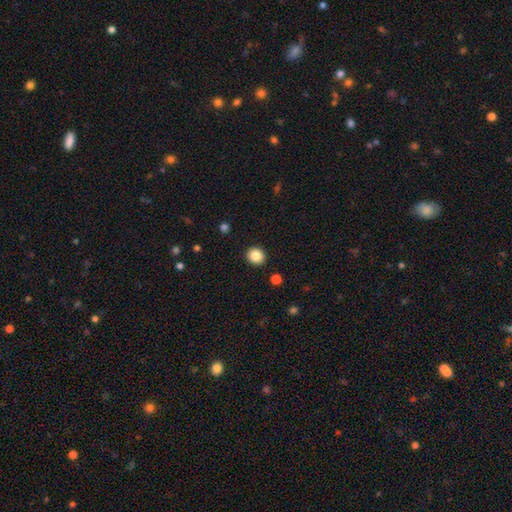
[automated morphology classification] Smooth or featured? smooth (86%)
How rounded? round (84%)
Merging? none (92%)